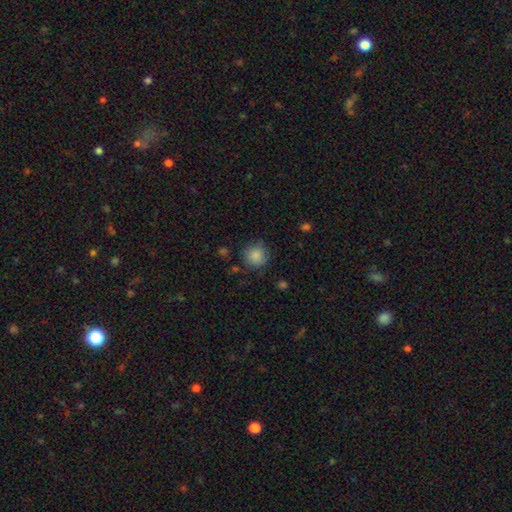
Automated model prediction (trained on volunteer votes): A smooth galaxy with no disk features (86%) that is round (91%).

Vote fractions:
- Smooth or featured? smooth: 86% / star or artifact: 8% / featured or disk: 6%
- How rounded? round: 91% / in between: 8% / cigar-shaped: 1%
- Merging? none: 78% / minor disturbance: 15% / major disturbance: 5% / merger: 2%